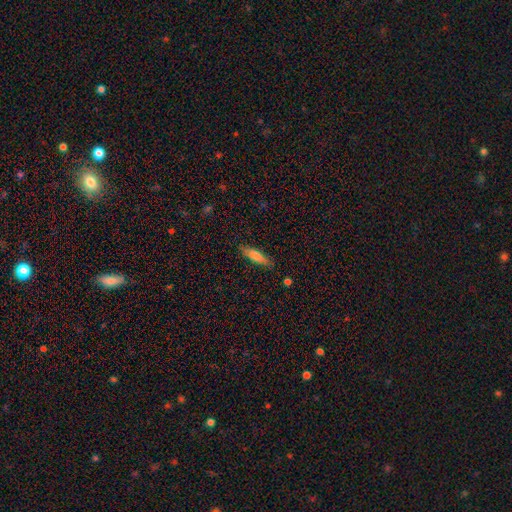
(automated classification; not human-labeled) smooth_or_featured: smooth (p=0.74) [alt: featured or disk p=0.19]
how_rounded: cigar-shaped (p=0.68) [alt: in between p=0.30]
merging: none (p=0.86) [alt: minor disturbance p=0.10]